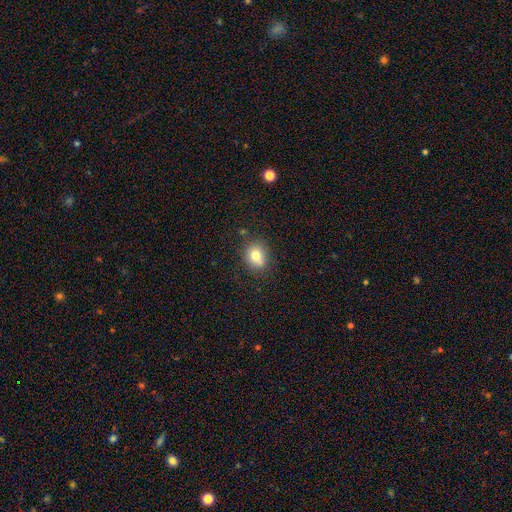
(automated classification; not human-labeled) A smooth galaxy with no disk features (77%) that is round (56%). Merging: none (69%).